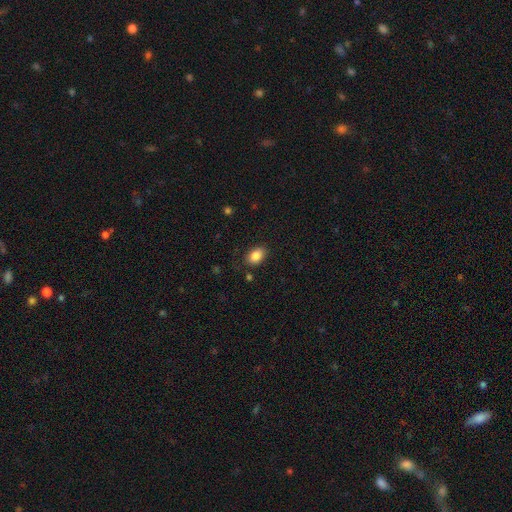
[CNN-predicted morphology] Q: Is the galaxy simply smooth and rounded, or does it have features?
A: smooth — 86%.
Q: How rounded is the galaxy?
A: in between — 82%.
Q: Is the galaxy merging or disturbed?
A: none — 84%.